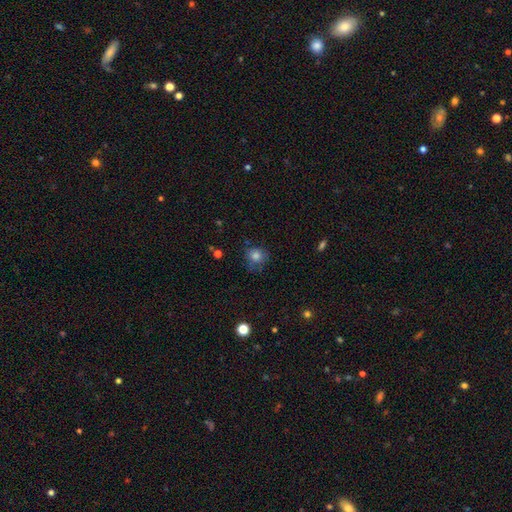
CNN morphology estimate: smooth 80%, star or artifact 12%, featured or disk 8%. Down the decision tree: how rounded — round (82%); merging — none (68%).